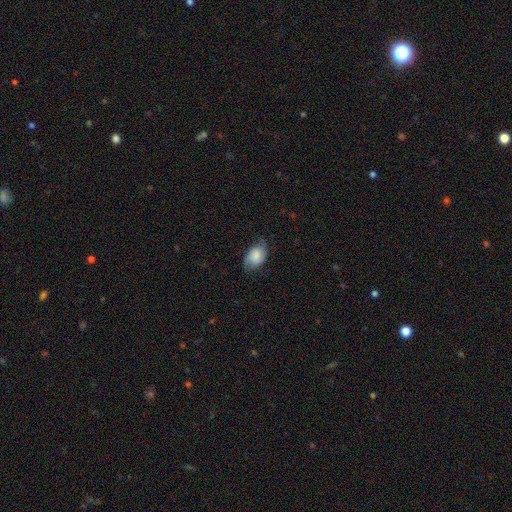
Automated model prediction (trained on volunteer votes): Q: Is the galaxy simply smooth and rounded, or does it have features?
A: smooth — 70%.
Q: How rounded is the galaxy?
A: in between — 85%.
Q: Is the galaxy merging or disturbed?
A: none — 64%.